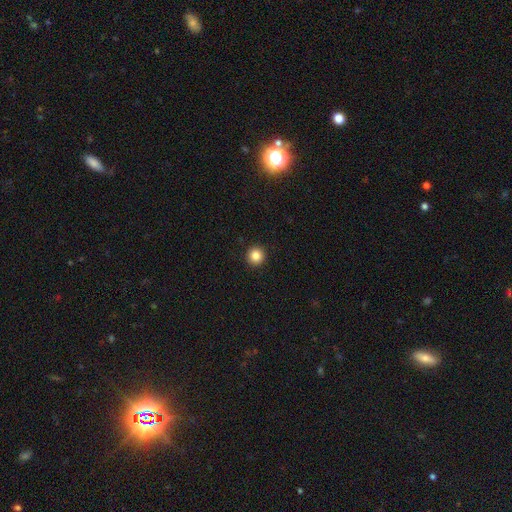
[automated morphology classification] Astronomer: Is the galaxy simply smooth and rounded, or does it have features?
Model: smooth — 85%.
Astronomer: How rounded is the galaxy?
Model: round — 96%.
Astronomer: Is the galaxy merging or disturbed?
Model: none — 93%.